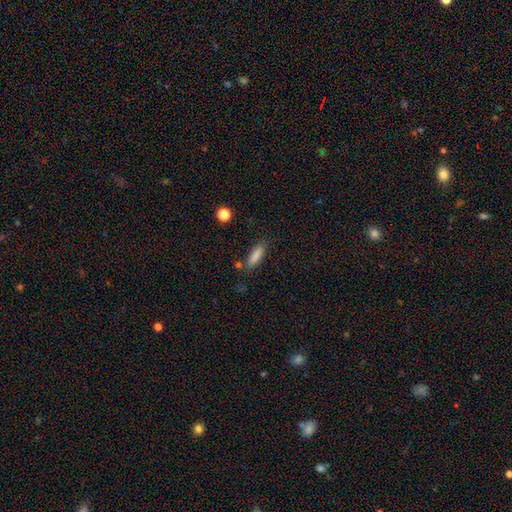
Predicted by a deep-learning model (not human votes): Overall: smooth (84%). How rounded: cigar-shaped (59%; in between 39%). Merging: none (79%).